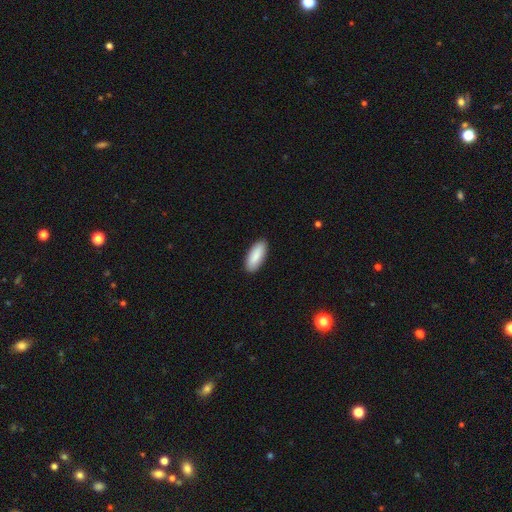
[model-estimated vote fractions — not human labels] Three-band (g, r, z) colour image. It shows a smooth galaxy with no disk features (89%) that is in between round and cigar-shaped (77%). Merging: none (90%).